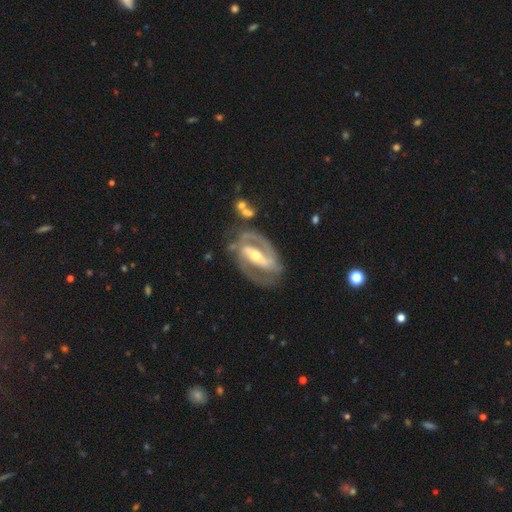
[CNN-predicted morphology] smooth-or-featured: featured or disk: 89% | smooth: 7% | star or artifact: 4%
  disk-edge-on: no: 95% | yes: 5%
    bar: strong: 68% | weak: 21% | no: 11%
    has-spiral-arms: yes: 93% | no: 7%
      spiral-winding: medium: 49% | tight: 38% | loose: 13%
      spiral-arm-count: 2: 89% | can't tell: 4% | 1: 3% | 3: 2% | 4: 1% | more than 4: 1%
    bulge-size: moderate: 58% | small: 35% | large: 4% | none: 1% | dominant: 1%
  merging: none: 73% | minor disturbance: 16% | major disturbance: 8% | merger: 3%